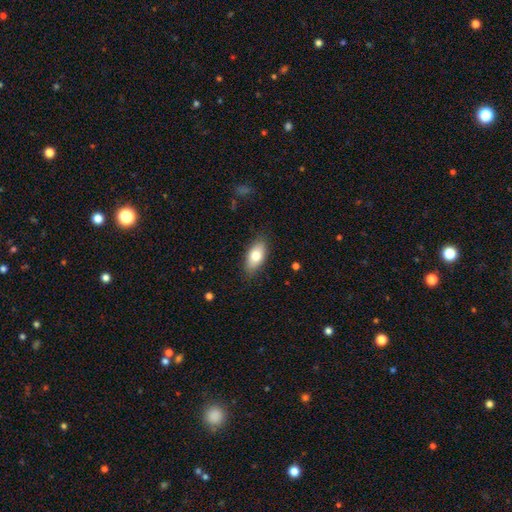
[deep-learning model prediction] smooth 78%, featured or disk 15%, star or artifact 7%. Down the decision tree: how rounded — in between (89%); merging — none (84%).